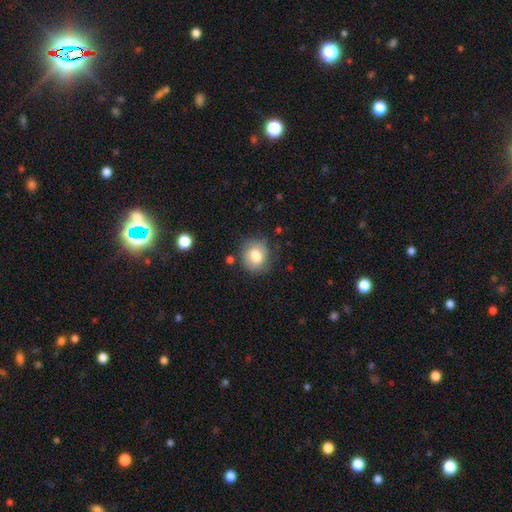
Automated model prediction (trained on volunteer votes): smooth-or-featured: smooth: 76% | featured or disk: 16% | star or artifact: 8%
  how-rounded: round: 78% | in between: 21% | cigar-shaped: 1%
  merging: none: 76% | minor disturbance: 17% | major disturbance: 5% | merger: 2%